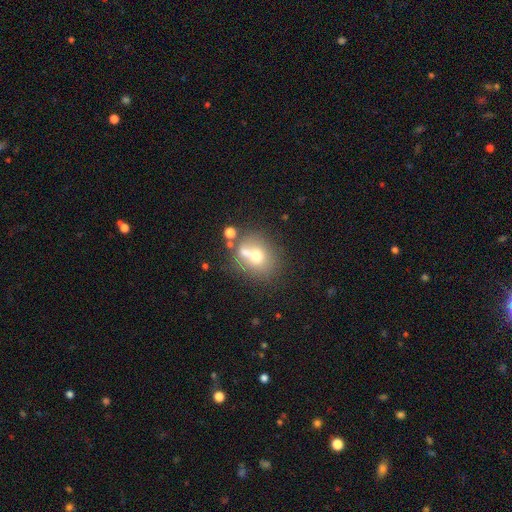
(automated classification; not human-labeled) Smooth or featured: smooth — 62% (featured or disk — 25%)
How rounded: round — 68% (in between — 31%)
Merging: none — 44% (merger — 35%)